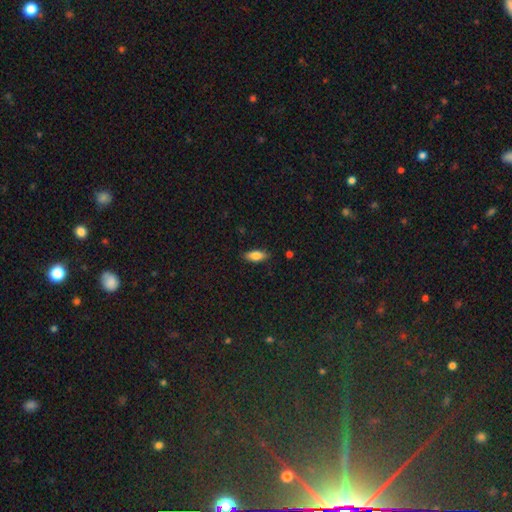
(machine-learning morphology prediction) smooth_or_featured: smooth (p=0.79) [alt: featured or disk p=0.13]
how_rounded: in between (p=0.78) [alt: cigar-shaped p=0.20]
merging: none (p=0.86) [alt: minor disturbance p=0.11]